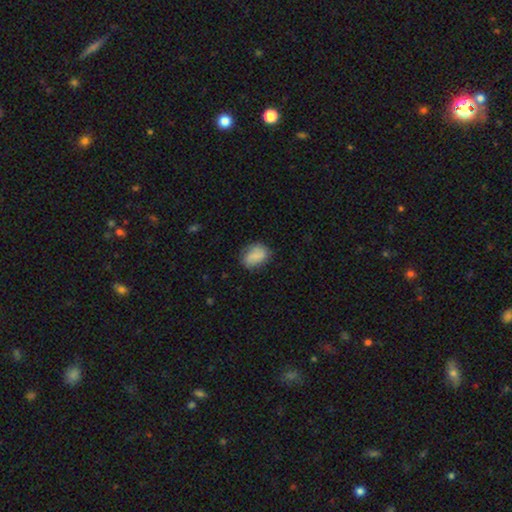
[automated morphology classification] This is likely a smooth galaxy (76%). How rounded: likely in between (70%). Merging: likely none (68%).